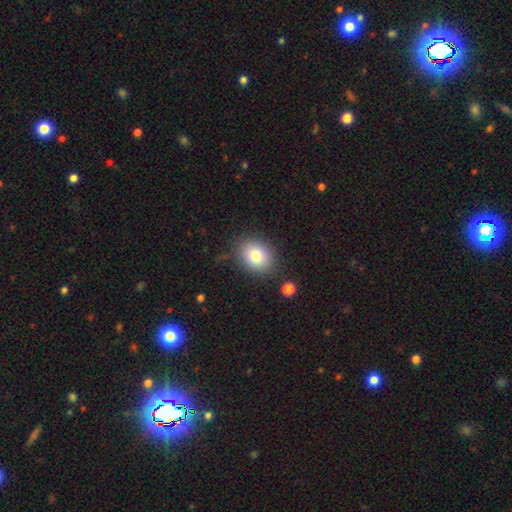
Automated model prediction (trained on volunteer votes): Smooth or featured: smooth — 79% (featured or disk — 11%)
How rounded: in between — 52% (round — 47%)
Merging: none — 83% (minor disturbance — 11%)